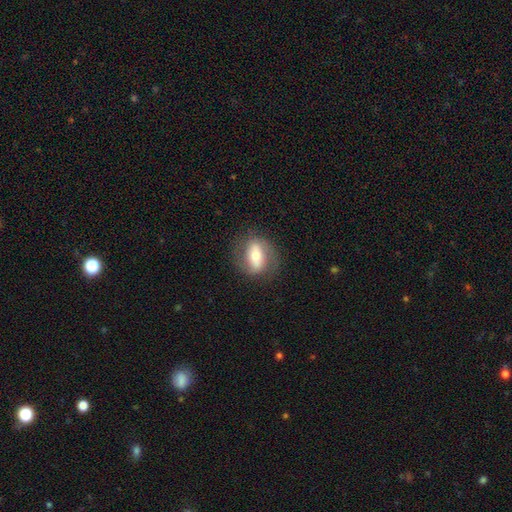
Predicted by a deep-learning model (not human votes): Smooth or featured? featured or disk (54%)
Edge-on disk? no (89%)
Merging? none (79%)